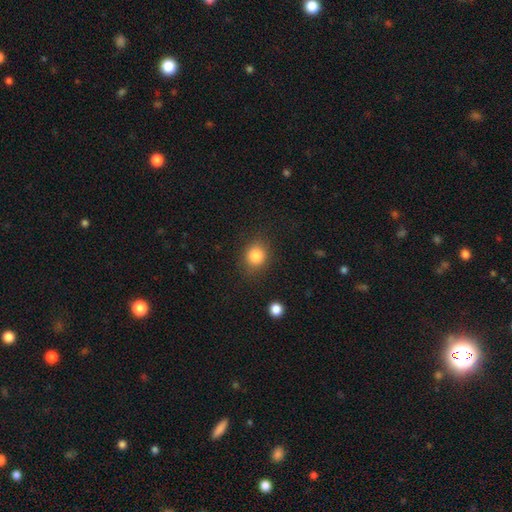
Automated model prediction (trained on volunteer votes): Morphology: type=smooth (84%); roundness=round (72%); merging=none (82%).